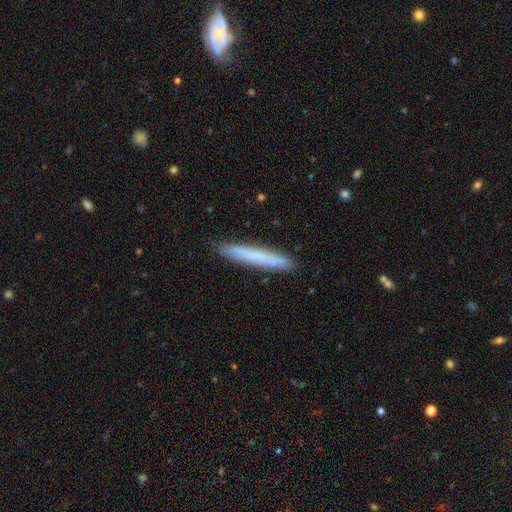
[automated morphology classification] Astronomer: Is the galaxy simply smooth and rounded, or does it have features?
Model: smooth — 72%.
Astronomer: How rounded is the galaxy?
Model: cigar-shaped — 96%.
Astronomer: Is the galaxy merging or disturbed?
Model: none — 90%.